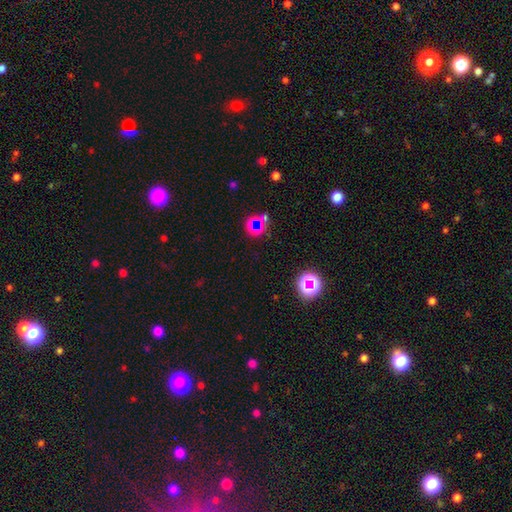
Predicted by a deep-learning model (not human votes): A star or artifact, not a galaxy (64%).